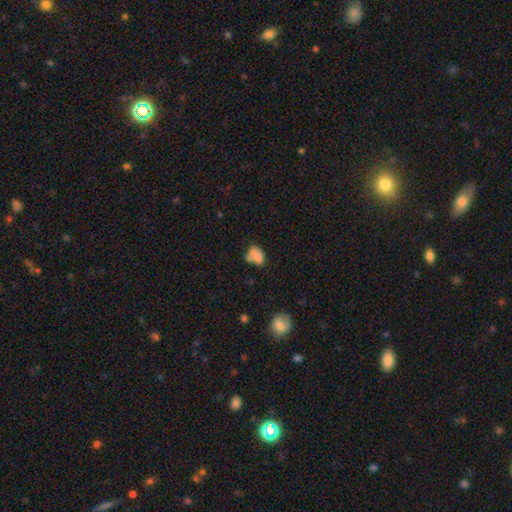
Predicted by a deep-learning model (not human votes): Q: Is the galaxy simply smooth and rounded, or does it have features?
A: smooth — 70%.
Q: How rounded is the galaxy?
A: in between — 75%.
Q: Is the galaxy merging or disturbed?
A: none — 36%.